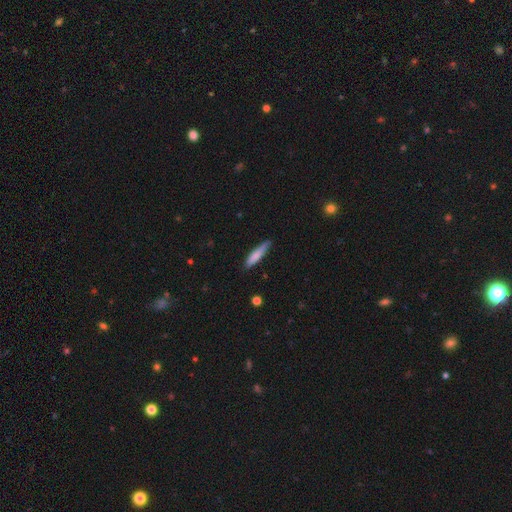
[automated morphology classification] smooth-or-featured: smooth: 79% | featured or disk: 15% | star or artifact: 6%
  how-rounded: cigar-shaped: 85% | in between: 14% | round: 1%
  merging: none: 77% | minor disturbance: 19% | major disturbance: 3% | merger: 1%